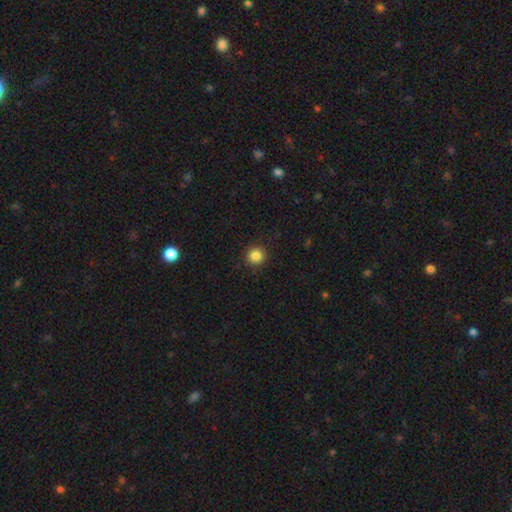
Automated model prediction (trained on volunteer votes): Smooth or featured? Predicted: smooth (p=0.85). How rounded? Predicted: round (p=0.95). Merging? Predicted: none (p=0.92).